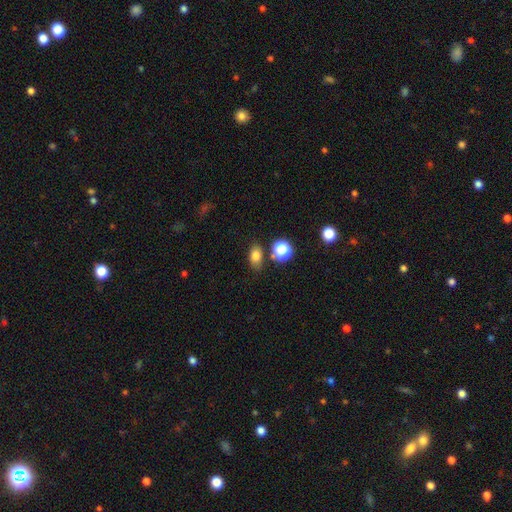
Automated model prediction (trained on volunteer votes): Q: Smooth or featured?
A: smooth (77%); runner-up: star or artifact (15%)
Q: How rounded?
A: in between (73%); runner-up: round (25%)
Q: Merging?
A: none (75%); runner-up: minor disturbance (13%)